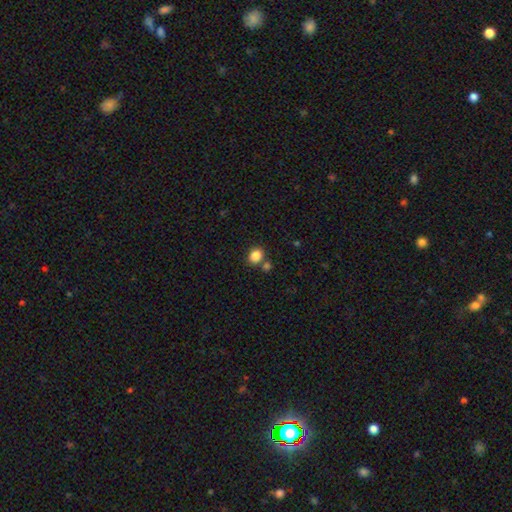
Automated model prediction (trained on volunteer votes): This appears to be a smooth galaxy with no disk features (85%) that is round (62%). Merging: none (72%).